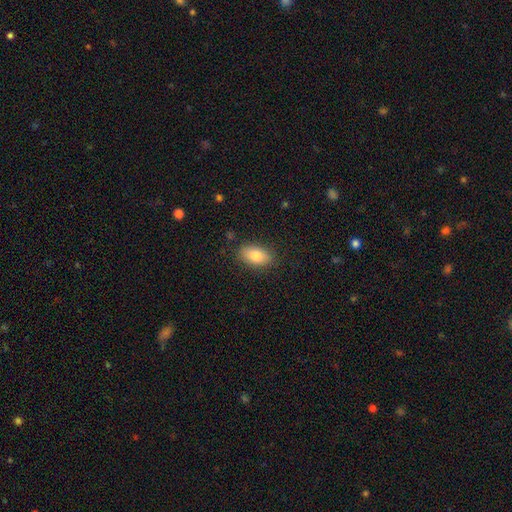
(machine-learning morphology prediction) smooth-or-featured: smooth: 81% | featured or disk: 12% | star or artifact: 7%
  how-rounded: in between: 91% | round: 6% | cigar-shaped: 3%
  merging: none: 86% | minor disturbance: 11% | major disturbance: 3% | merger: 1%